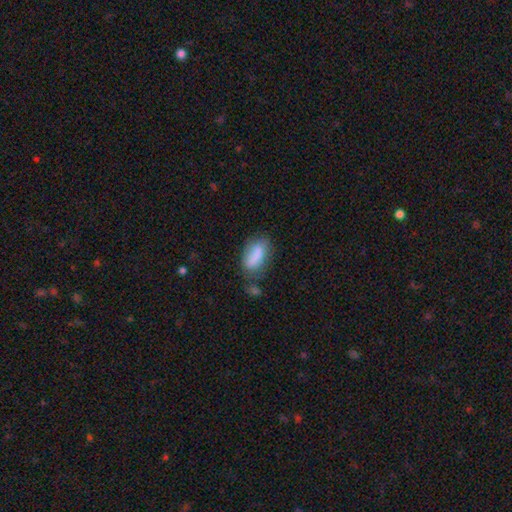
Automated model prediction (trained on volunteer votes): A smooth galaxy with no disk features (80%) that is in between round and cigar-shaped (85%). Merging: none (51%).